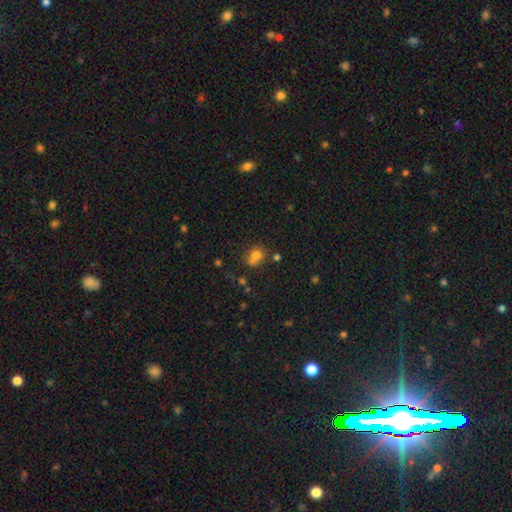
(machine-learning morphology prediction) Q: Smooth or featured?
A: smooth (73%); runner-up: star or artifact (15%)
Q: How rounded?
A: round (66%); runner-up: in between (33%)
Q: Merging?
A: none (44%); runner-up: merger (35%)